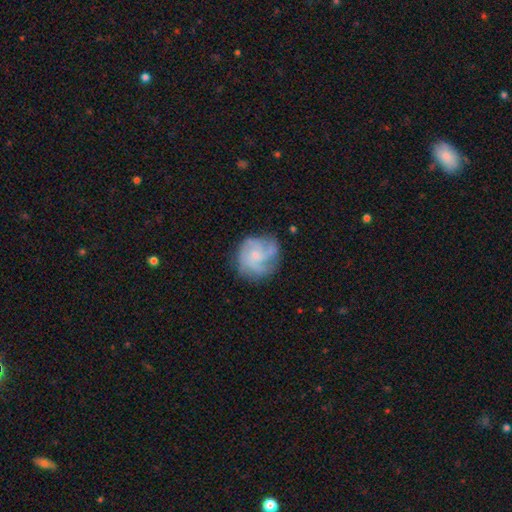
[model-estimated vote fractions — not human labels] Smooth or featured? featured or disk (73%)
Edge-on disk? no (98%)
Bar? no (77%)
Spiral arms? yes (92%)
Spiral winding? tight (43%, tied with medium)
Spiral arm count? 3 (32%)
Bulge size? small (70%)
Merging? none (68%)